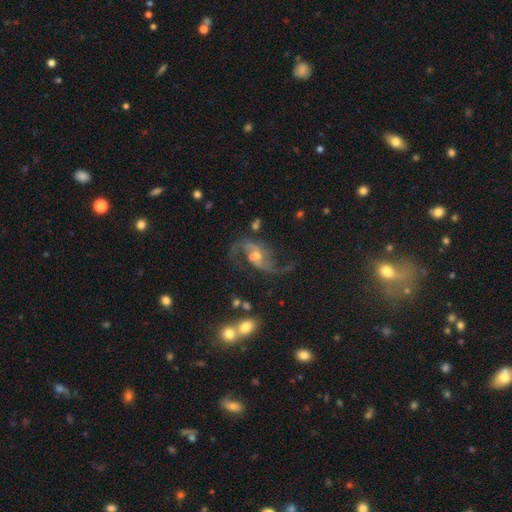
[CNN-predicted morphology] Overall: featured or disk (89%). Edge-on disk: no (97%). Bar: weak (45%; no 37%). Spiral arms: yes (97%). Spiral arm count: 2 (93%). Spiral winding: loose (72%). Bulge size: moderate (47%; small 44%). Merging: none (66%).